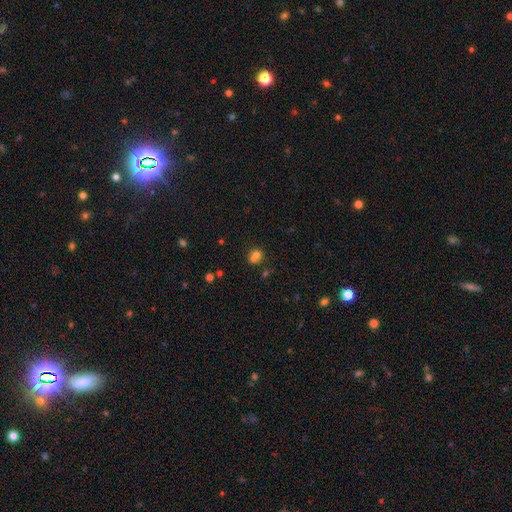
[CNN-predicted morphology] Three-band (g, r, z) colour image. It shows a smooth galaxy with no disk features (70%) that is round (75%). Merging: merger (53%).